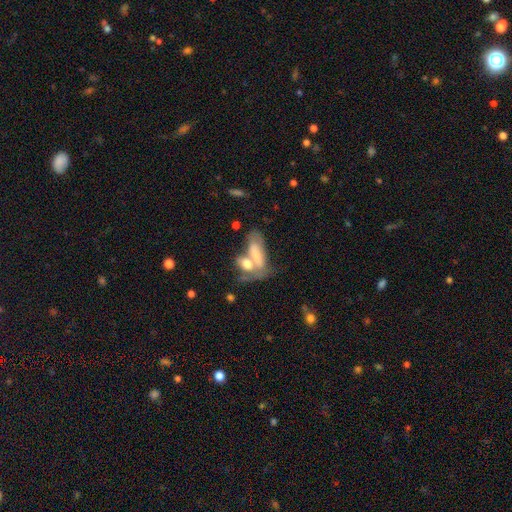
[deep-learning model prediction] This appears to be a smooth galaxy with no disk features (63%) that is in between round and cigar-shaped (71%). Merging: merger (58%).